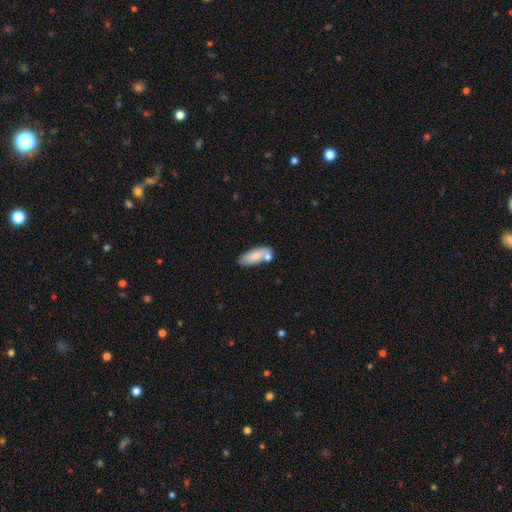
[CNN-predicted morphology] Smooth or featured? Predicted: smooth (p=0.81). How rounded? Predicted: in between (p=0.70). Merging? Predicted: none (p=0.61).